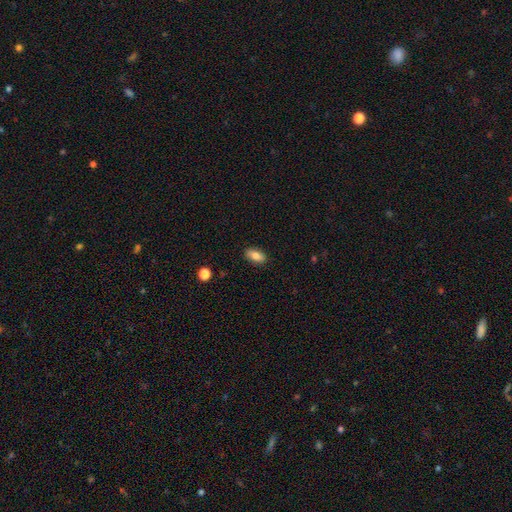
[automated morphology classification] The model was most divided on "smooth or featured": smooth: 80%, featured or disk: 13%, star or artifact: 8%. More confident: how rounded — in between (88%); merging — none (88%).